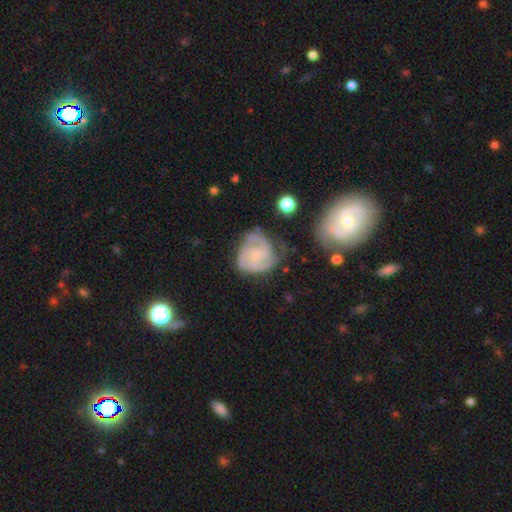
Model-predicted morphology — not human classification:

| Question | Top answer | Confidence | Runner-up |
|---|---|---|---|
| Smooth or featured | featured or disk | 78% | smooth (15%) |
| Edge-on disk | no | 98% | yes (2%) |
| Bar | no | 65% | weak (30%) |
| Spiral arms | yes | 93% | no (7%) |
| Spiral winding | tight | 51% | medium (40%) |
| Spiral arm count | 3 | 32% | tied: 2 (32%) |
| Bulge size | small | 76% | moderate (17%) |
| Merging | none | 53% | minor disturbance (27%) |